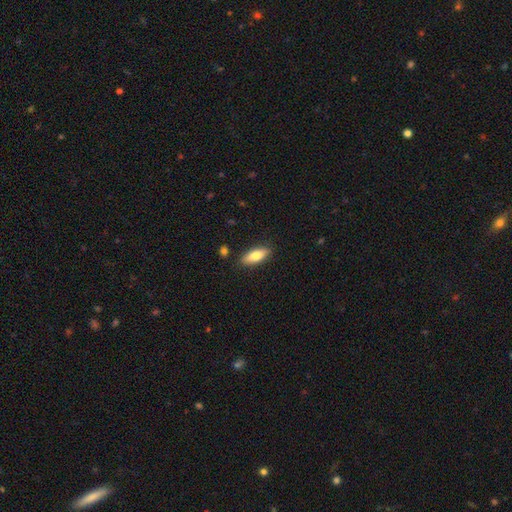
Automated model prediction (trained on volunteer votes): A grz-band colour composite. It shows a smooth galaxy with no disk features (76%) that is in between round and cigar-shaped (69%). Merging: none (86%).